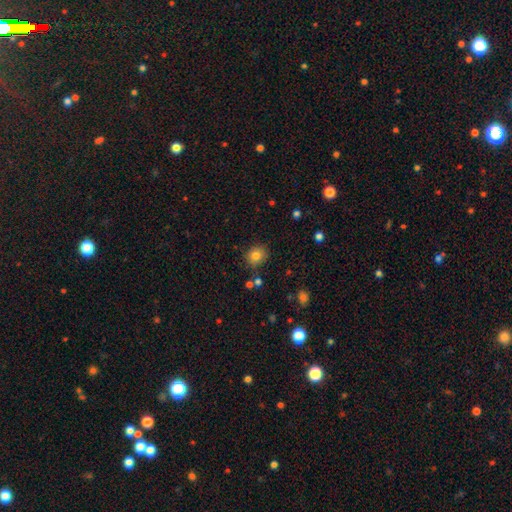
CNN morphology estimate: A smooth galaxy with no disk features (80%) that is round (78%). Merging: none (82%).